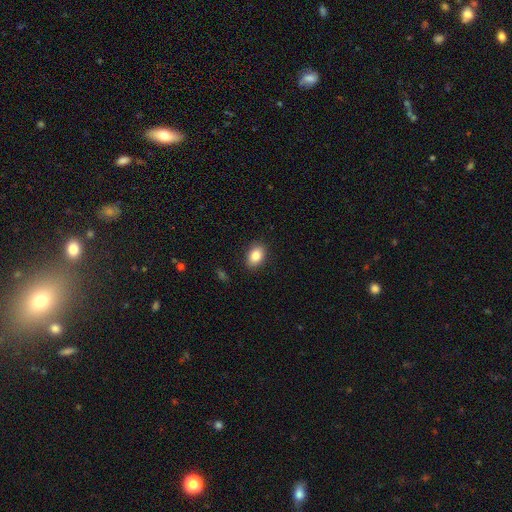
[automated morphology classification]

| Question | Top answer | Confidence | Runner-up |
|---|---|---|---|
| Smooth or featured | smooth | 85% | star or artifact (8%) |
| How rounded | in between | 82% | round (17%) |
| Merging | none | 88% | minor disturbance (9%) |